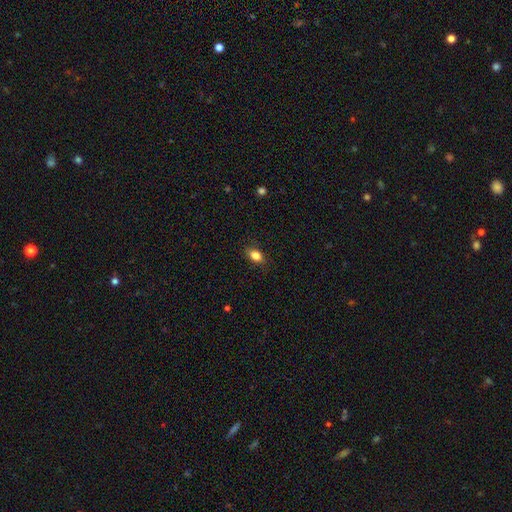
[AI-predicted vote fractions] Q: Smooth or featured?
A: smooth (83%); runner-up: star or artifact (9%)
Q: How rounded?
A: in between (82%); runner-up: round (14%)
Q: Merging?
A: none (84%); runner-up: minor disturbance (12%)